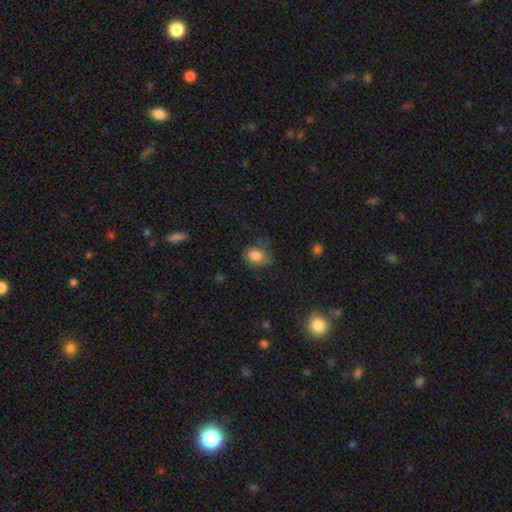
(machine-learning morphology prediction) Smooth or featured?
  - smooth: 78% *
  - featured or disk: 14%
  - star or artifact: 9%
How rounded?
  - in between: 60% *
  - round: 39%
  - cigar-shaped: 1%
Merging?
  - none: 57% *
  - minor disturbance: 29%
  - major disturbance: 12%
  - merger: 2%